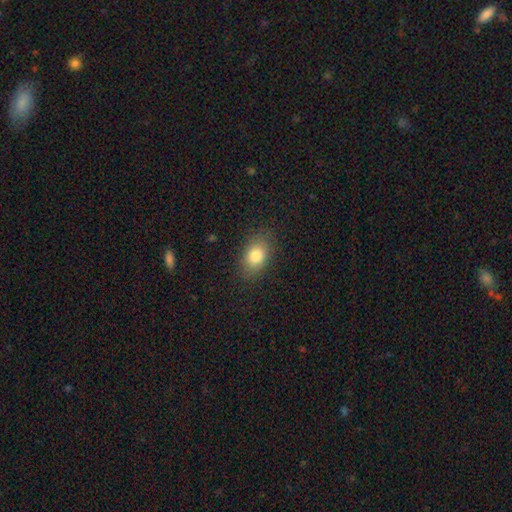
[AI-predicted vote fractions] Smooth or featured? smooth (81%)
How rounded? in between (79%)
Merging? none (85%)